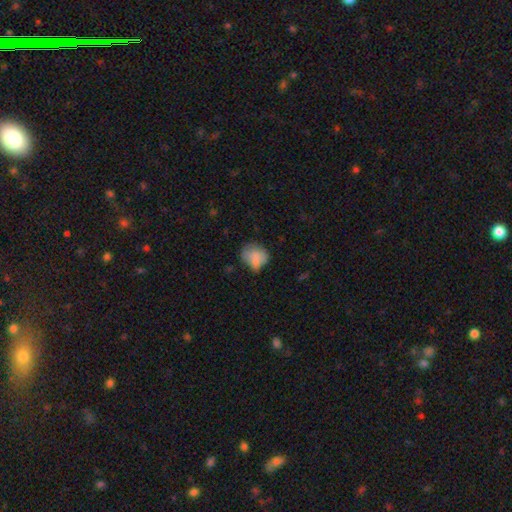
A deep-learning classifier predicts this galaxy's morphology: A smooth galaxy with no disk features (76%) that is round (60%).

Vote fractions:
- Smooth or featured? smooth: 76% / featured or disk: 14% / star or artifact: 9%
- How rounded? round: 60% / in between: 39% / cigar-shaped: 1%
- Merging? none: 48% / minor disturbance: 34% / major disturbance: 14% / merger: 4%